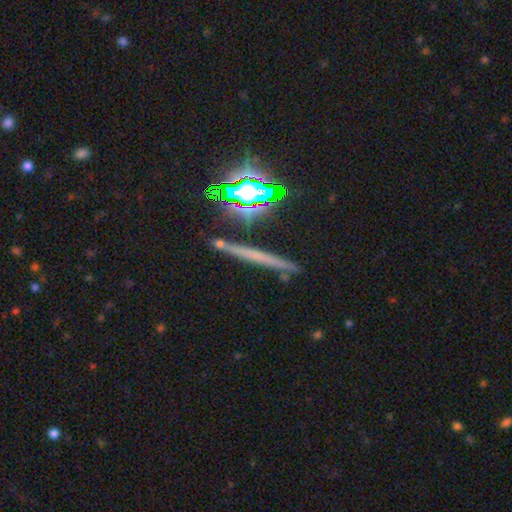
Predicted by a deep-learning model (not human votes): A featured or disk galaxy (39%). Merging: none (83%).